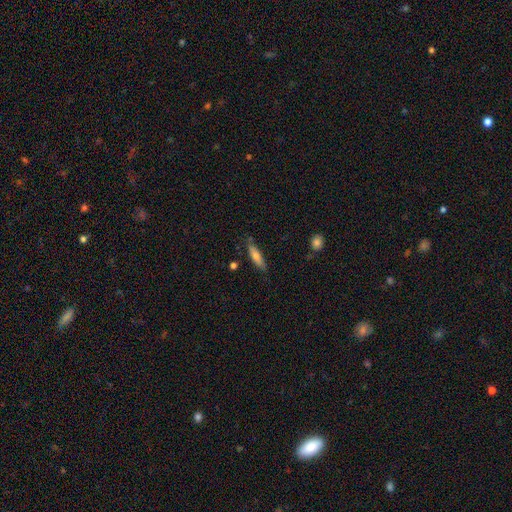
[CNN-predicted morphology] Smooth or featured: smooth — 63% (featured or disk — 29%)
How rounded: cigar-shaped — 70% (in between — 28%)
Merging: none — 80% (minor disturbance — 15%)